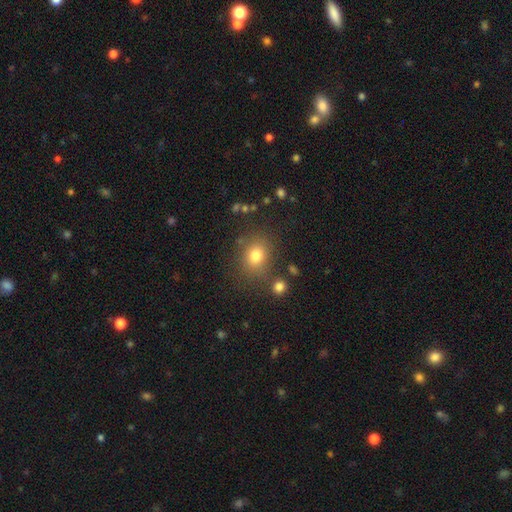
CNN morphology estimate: Smooth or featured? Predicted: smooth (p=0.78). How rounded? Predicted: round (p=0.61). Merging? Predicted: none (p=0.78).